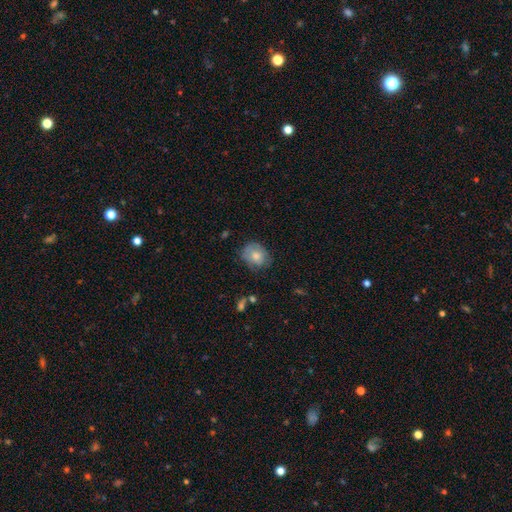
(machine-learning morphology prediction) The model was most divided on "how rounded": round: 59%, in between: 41%, cigar-shaped: 1%. More confident: smooth or featured — smooth (70%); merging — none (61%).